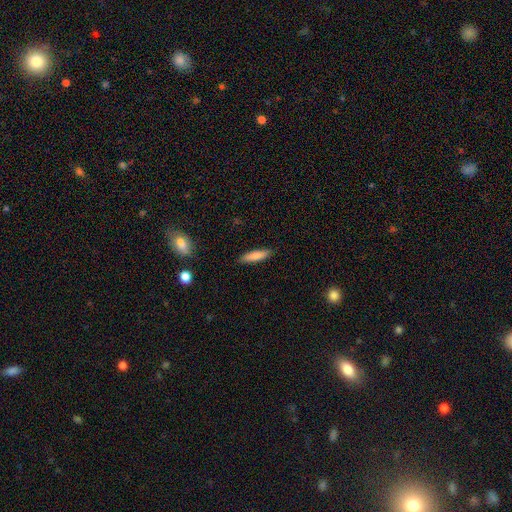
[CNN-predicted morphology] smooth-or-featured: smooth: 79% | featured or disk: 14% | star or artifact: 6%
  how-rounded: cigar-shaped: 74% | in between: 25% | round: 2%
  merging: none: 89% | minor disturbance: 8% | major disturbance: 2% | merger: 1%